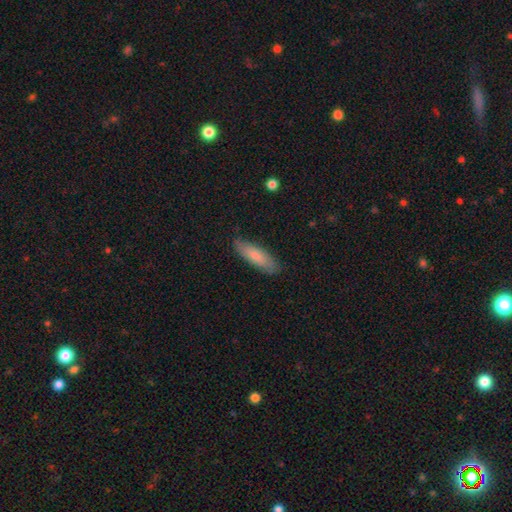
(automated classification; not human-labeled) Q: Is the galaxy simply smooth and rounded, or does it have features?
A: smooth — 76%.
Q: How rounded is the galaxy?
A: cigar-shaped — 55%.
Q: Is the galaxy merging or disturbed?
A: none — 83%.